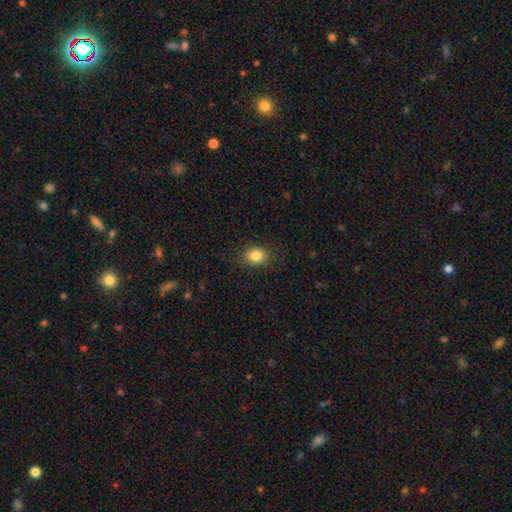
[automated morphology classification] Smooth or featured: smooth — 84% (star or artifact — 10%)
How rounded: round — 57% (in between — 42%)
Merging: none — 87% (minor disturbance — 9%)